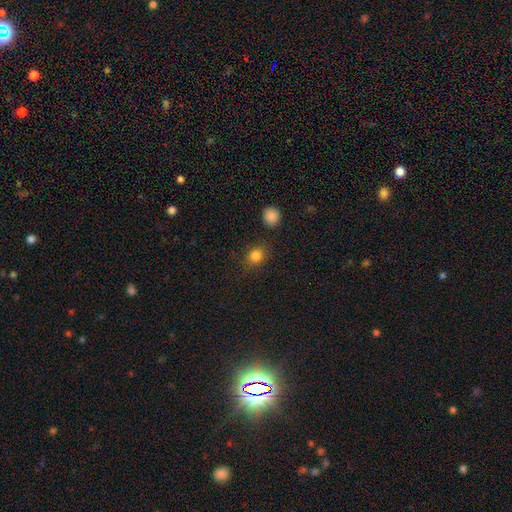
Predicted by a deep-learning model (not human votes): A smooth galaxy with no disk features (83%) that is round (68%).

Vote fractions:
- Smooth or featured? smooth: 83% / star or artifact: 13% / featured or disk: 5%
- How rounded? round: 68% / in between: 31% / cigar-shaped: 1%
- Merging? none: 82% / minor disturbance: 11% / major disturbance: 4% / merger: 3%